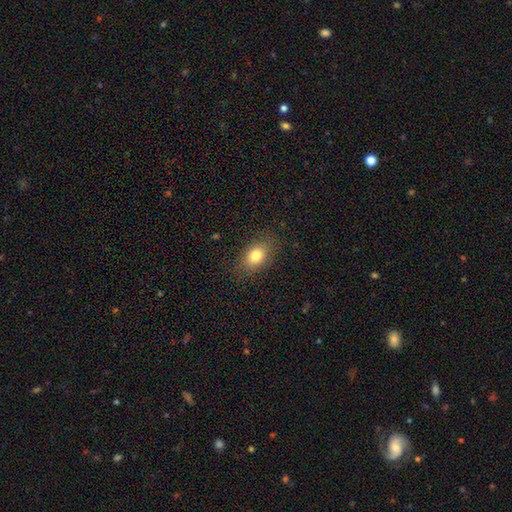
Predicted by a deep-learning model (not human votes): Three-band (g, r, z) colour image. It shows a smooth galaxy with no disk features (80%) that is in between round and cigar-shaped (75%). Merging: none (84%).